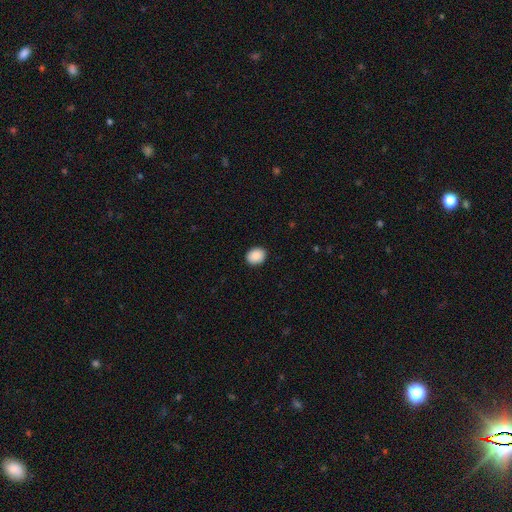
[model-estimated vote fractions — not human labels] smooth 89%, star or artifact 7%, featured or disk 3%. Down the decision tree: how rounded — round (54%); merging — none (90%).